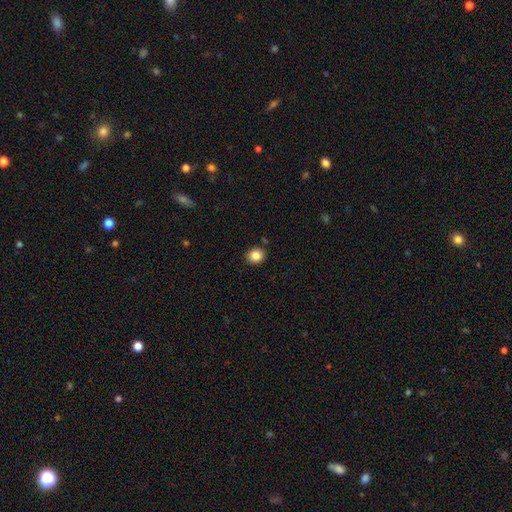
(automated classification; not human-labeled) This is clearly a smooth galaxy (85%). How rounded: likely round (77%). Merging: clearly none (87%).